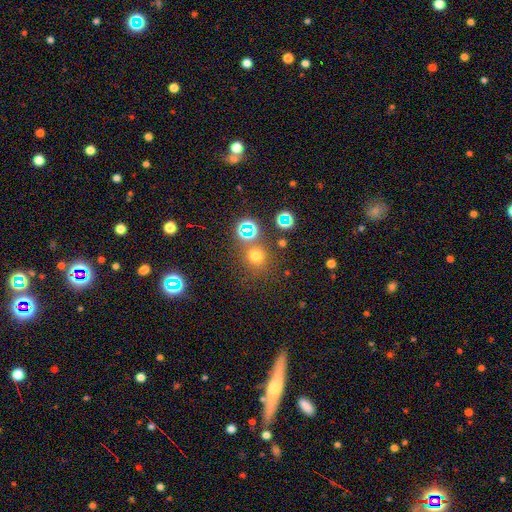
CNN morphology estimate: Smooth or featured? Predicted: smooth (p=0.64). How rounded? Predicted: round (p=0.90). Merging? Predicted: none (p=0.75).